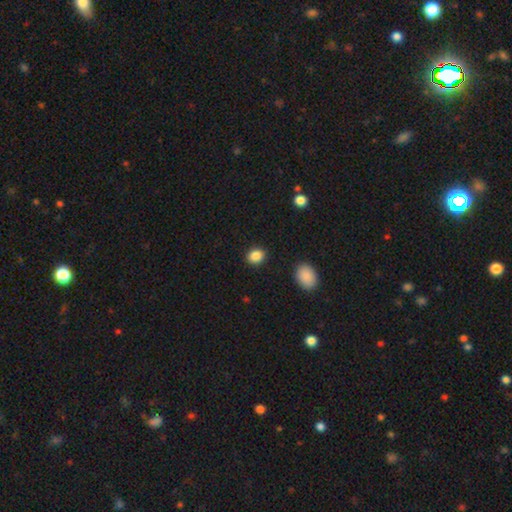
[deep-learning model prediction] A smooth galaxy with no disk features (87%) that is round (53%).

Vote fractions:
- Smooth or featured? smooth: 87% / star or artifact: 9% / featured or disk: 4%
- How rounded? round: 53% / in between: 46% / cigar-shaped: 1%
- Merging? none: 90% / minor disturbance: 6% / major disturbance: 2% / merger: 1%